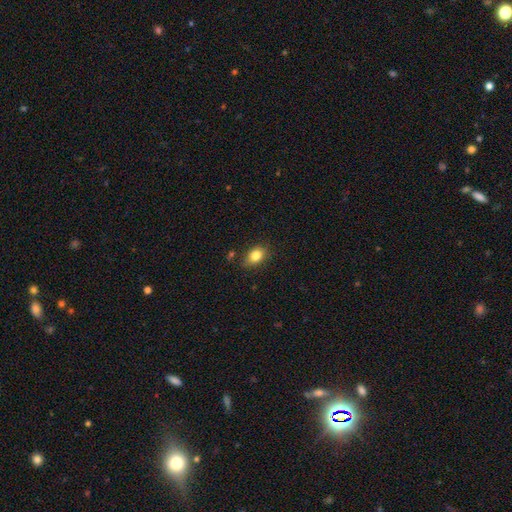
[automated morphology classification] type=smooth (83%); roundness=in between (74%); merging=none (79%).